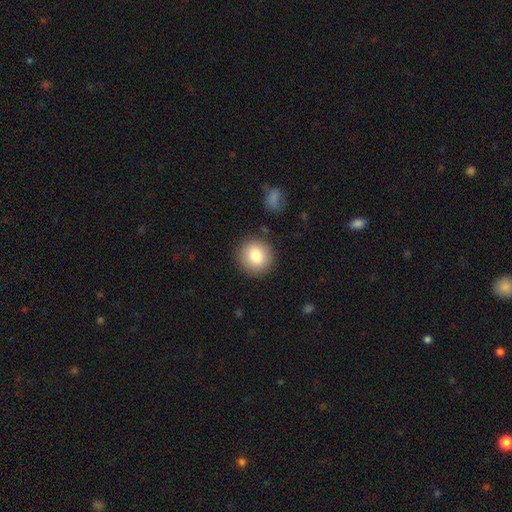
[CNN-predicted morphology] Smooth or featured?
  - smooth: 83% *
  - star or artifact: 9%
  - featured or disk: 8%
How rounded?
  - round: 92% *
  - in between: 7%
  - cigar-shaped: 1%
Merging?
  - none: 88% *
  - minor disturbance: 7%
  - major disturbance: 2%
  - merger: 2%